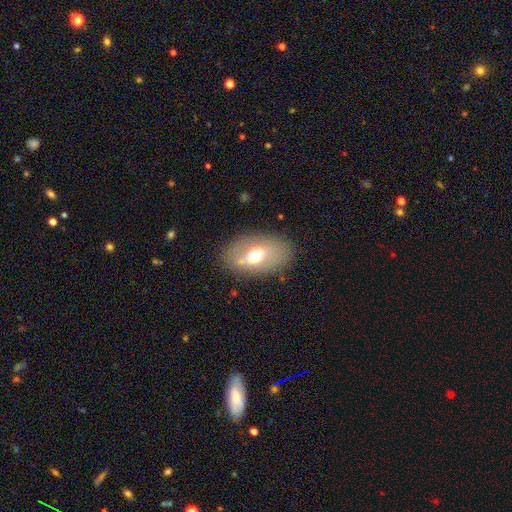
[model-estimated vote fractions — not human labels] Smooth or featured?
  - smooth: 48% *
  - featured or disk: 42%
  - star or artifact: 10%
Merging?
  - none: 78% *
  - minor disturbance: 14%
  - major disturbance: 6%
  - merger: 2%